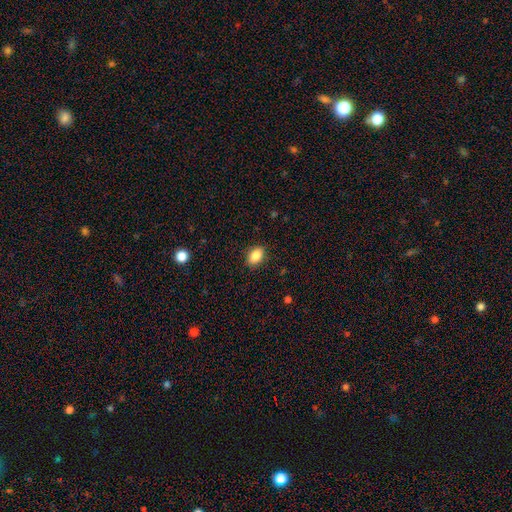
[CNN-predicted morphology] smooth_or_featured: smooth (p=0.86) [alt: star or artifact p=0.08]
how_rounded: in between (p=0.82) [alt: round p=0.16]
merging: none (p=0.87) [alt: minor disturbance p=0.09]